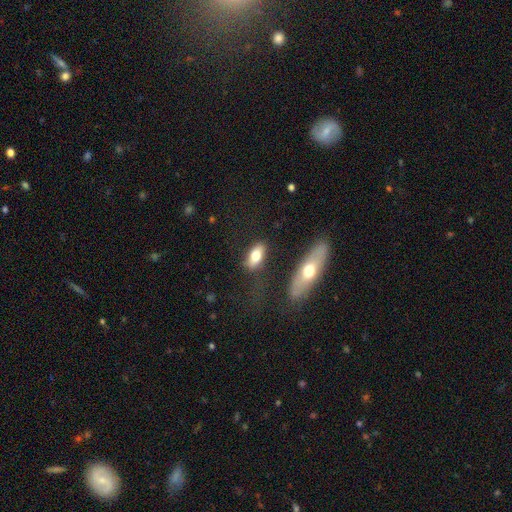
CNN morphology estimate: This is likely a smooth galaxy (72%). How rounded: clearly in between (83%). Merging: likely none (76%).